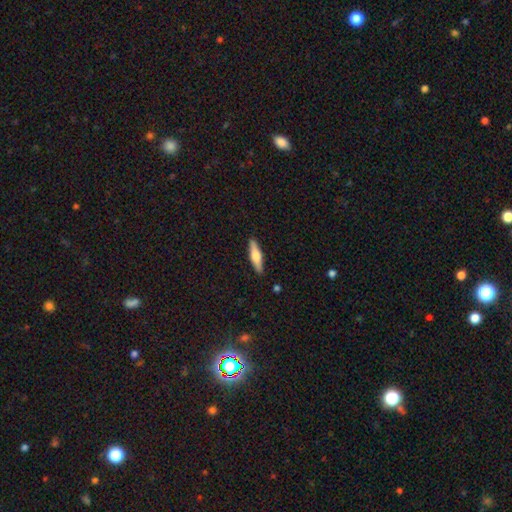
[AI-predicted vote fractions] This appears to be a smooth galaxy with no disk features (51%) that is cigar-shaped (72%). Merging: none (90%).